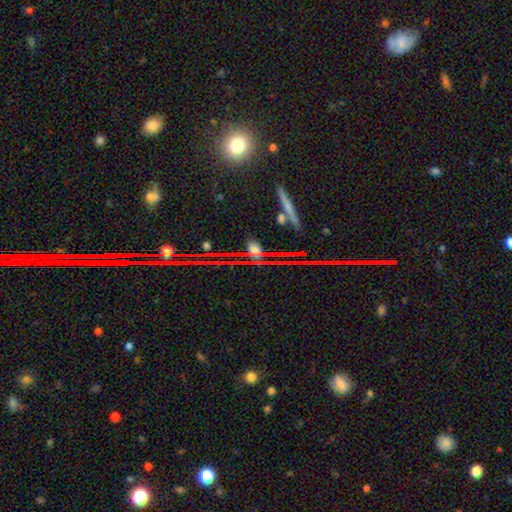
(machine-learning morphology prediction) Smooth or featured? star or artifact (74%)